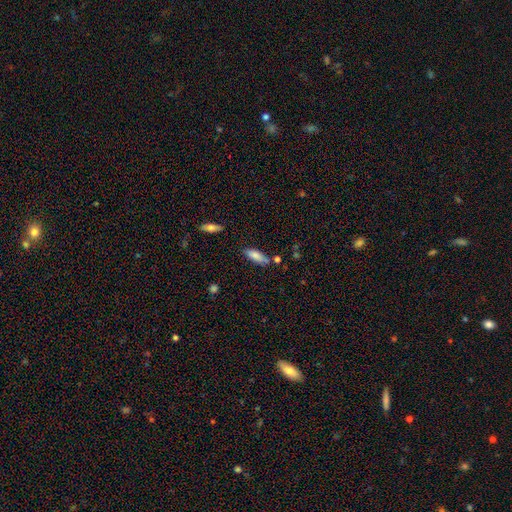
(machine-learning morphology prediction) This is clearly a smooth galaxy (82%). How rounded: likely in between (60%). Merging: likely none (67%).